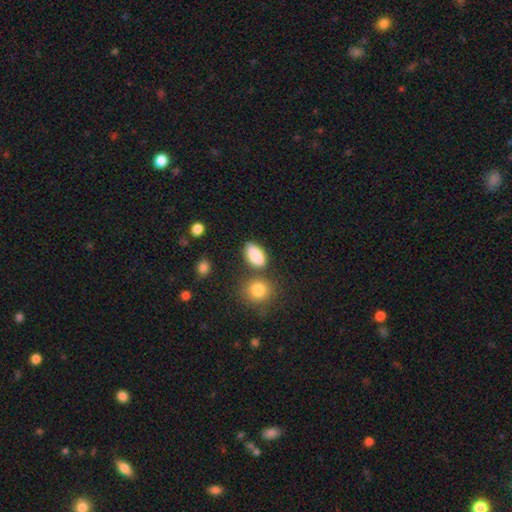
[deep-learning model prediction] smooth-or-featured: smooth: 87% | star or artifact: 8% | featured or disk: 5%
  how-rounded: in between: 89% | round: 7% | cigar-shaped: 4%
  merging: none: 72% | minor disturbance: 14% | merger: 11% | major disturbance: 4%